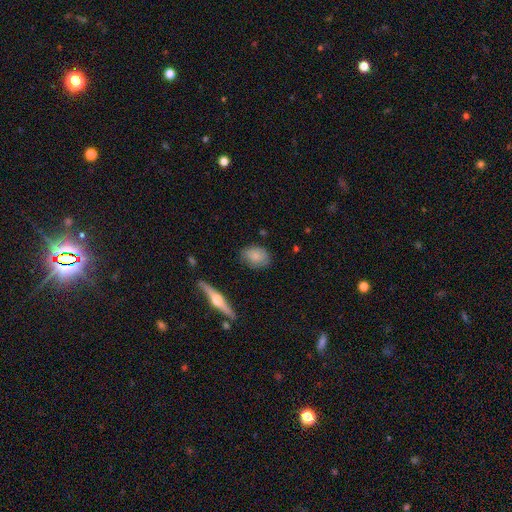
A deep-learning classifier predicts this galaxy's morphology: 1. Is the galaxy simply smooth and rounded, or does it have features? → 76% smooth, 16% featured or disk, 7% star or artifact.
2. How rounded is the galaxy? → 73% in between, 24% round, 3% cigar-shaped.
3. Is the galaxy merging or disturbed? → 78% none, 17% minor disturbance, 3% major disturbance, 2% merger.